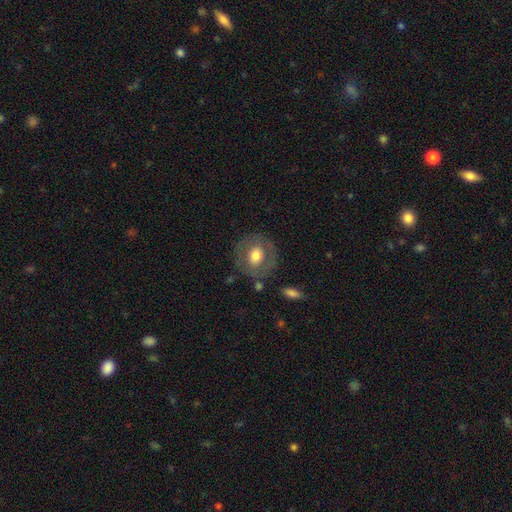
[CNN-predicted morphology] type=smooth (55%); roundness=round (77%); merging=none (77%).